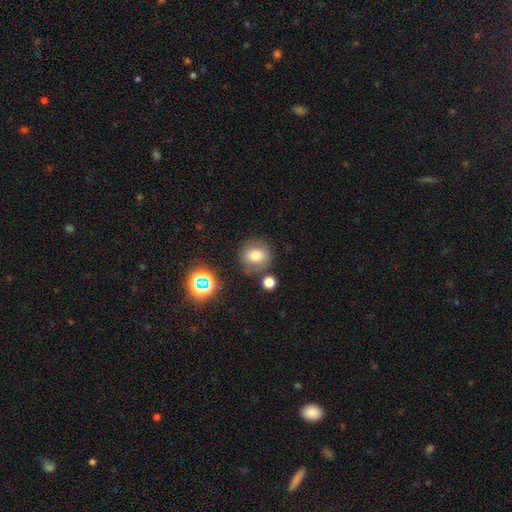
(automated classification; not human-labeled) A smooth galaxy with no disk features (73%) that is round (77%). Merging: none (75%).